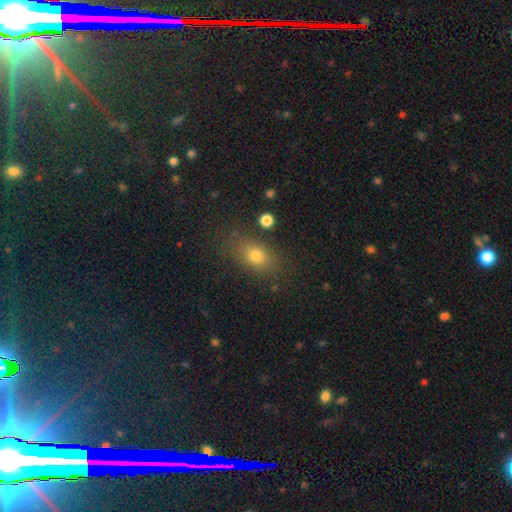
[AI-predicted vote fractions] This appears to be a smooth galaxy with no disk features (75%) that is in between round and cigar-shaped (71%). Merging: none (79%).